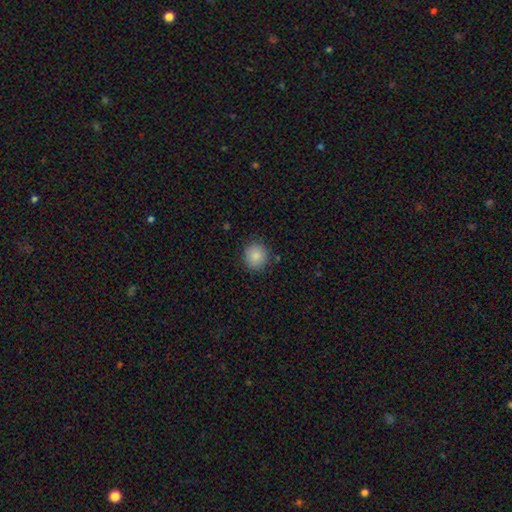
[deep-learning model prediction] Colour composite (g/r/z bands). It shows a smooth galaxy with no disk features (87%) that is round (91%). Merging: none (88%).